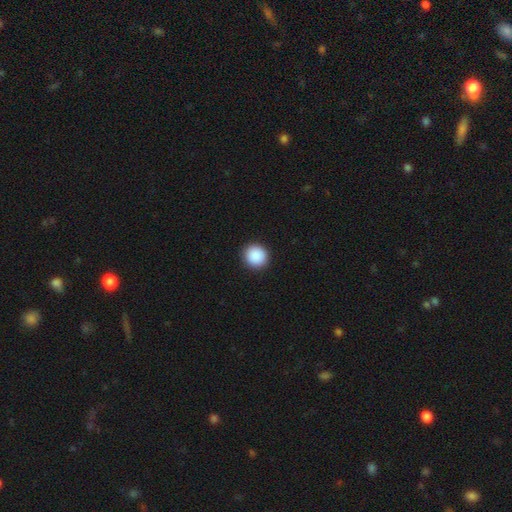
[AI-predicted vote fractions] Smooth or featured? Predicted: smooth (p=0.90). How rounded? Predicted: round (p=0.93). Merging? Predicted: none (p=0.93).